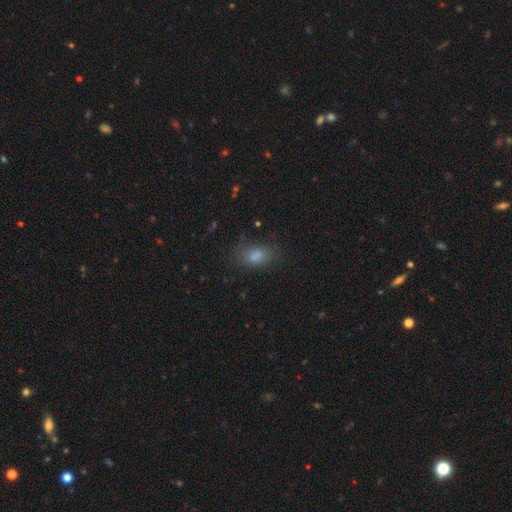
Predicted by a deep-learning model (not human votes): smooth-or-featured: smooth: 72% | star or artifact: 17% | featured or disk: 11%
  how-rounded: in between: 79% | round: 17% | cigar-shaped: 3%
  merging: none: 76% | minor disturbance: 16% | major disturbance: 6% | merger: 2%